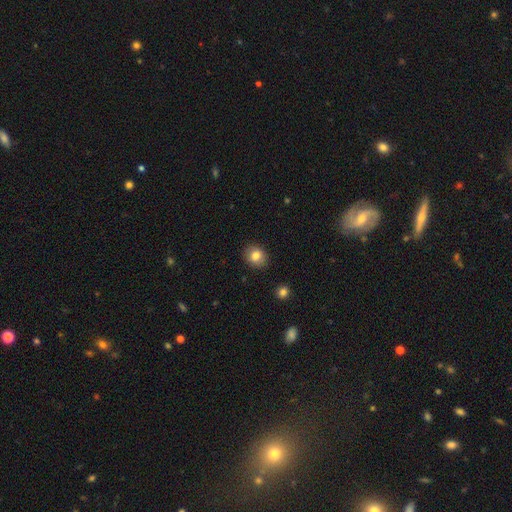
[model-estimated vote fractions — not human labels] This appears to be a smooth galaxy with no disk features (82%) that is round (67%). Merging: none (89%).